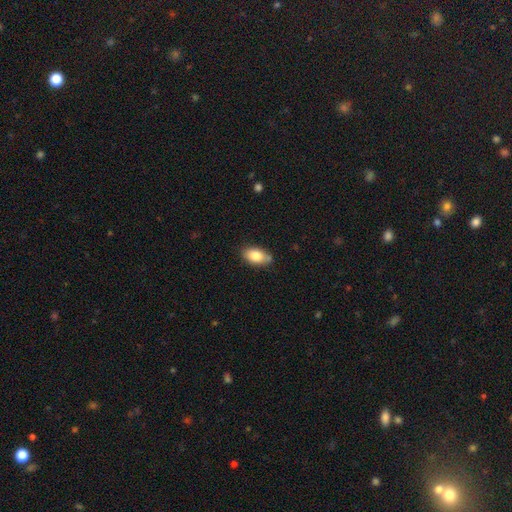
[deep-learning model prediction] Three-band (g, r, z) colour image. It shows a smooth galaxy with no disk features (83%) that is in between round and cigar-shaped (91%). Merging: none (75%).